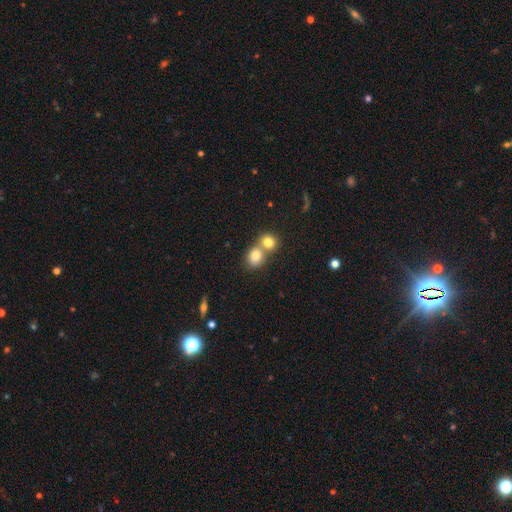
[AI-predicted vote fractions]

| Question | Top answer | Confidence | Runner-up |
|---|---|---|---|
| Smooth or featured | smooth | 79% | star or artifact (10%) |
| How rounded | round | 66% | in between (33%) |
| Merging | merger | 58% | none (34%) |